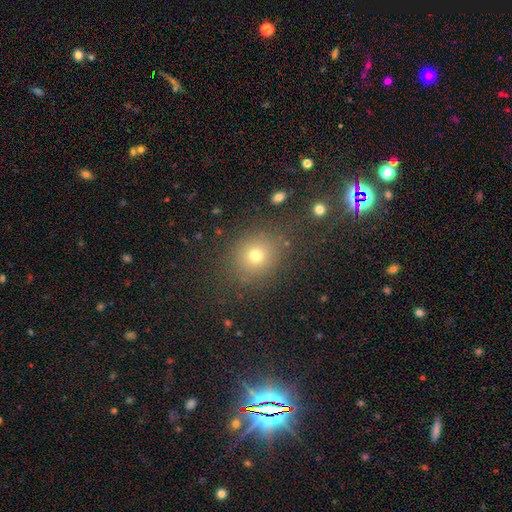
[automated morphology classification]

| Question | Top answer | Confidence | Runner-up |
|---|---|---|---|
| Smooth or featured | smooth | 71% | star or artifact (20%) |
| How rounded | round | 75% | in between (24%) |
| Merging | none | 82% | minor disturbance (10%) |